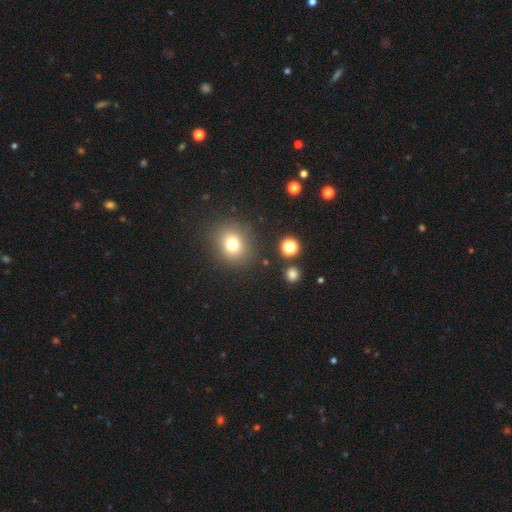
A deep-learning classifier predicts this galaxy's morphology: A smooth galaxy with no disk features (61%) that is round (82%).

Vote fractions:
- Smooth or featured? smooth: 61% / star or artifact: 31% / featured or disk: 8%
- How rounded? round: 82% / in between: 16% / cigar-shaped: 1%
- Merging? none: 87% / minor disturbance: 6% / merger: 4% / major disturbance: 2%